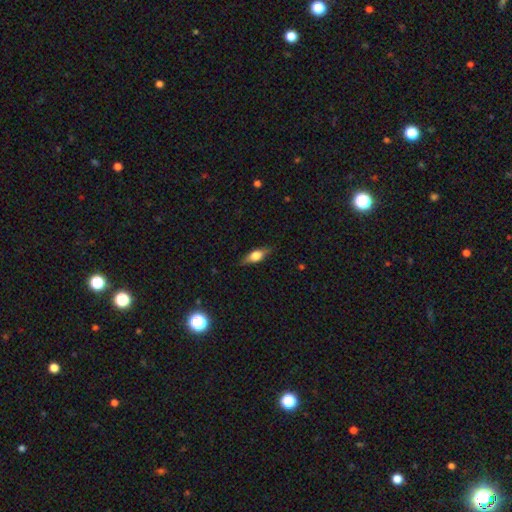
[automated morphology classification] Smooth or featured: smooth — 50% (featured or disk — 42%)
How rounded: in between — 63% (cigar-shaped — 31%)
Merging: none — 83% (minor disturbance — 13%)